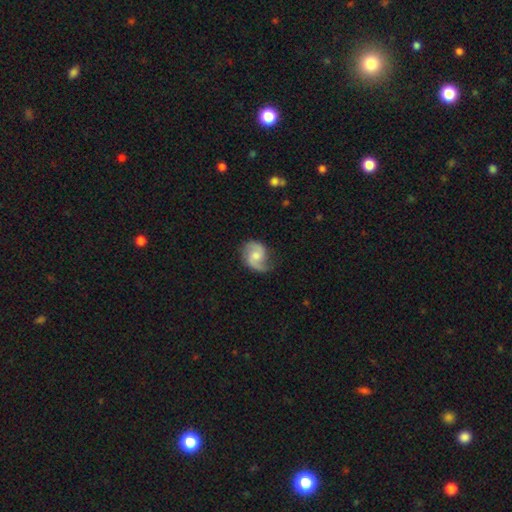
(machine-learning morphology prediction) A featured or disk galaxy (74%) with no bar (53%), 2 (83%) medium (45%) spiral arms (95%) and a moderate central bulge (49%). Merging: none (68%).